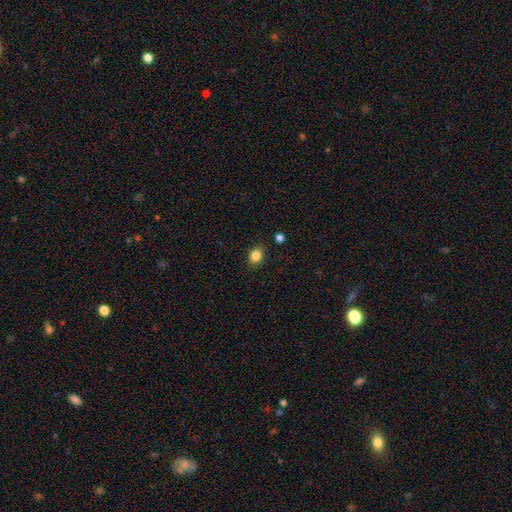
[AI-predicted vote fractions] smooth 84%, star or artifact 11%, featured or disk 5%. Down the decision tree: how rounded — round (55%); merging — none (85%).